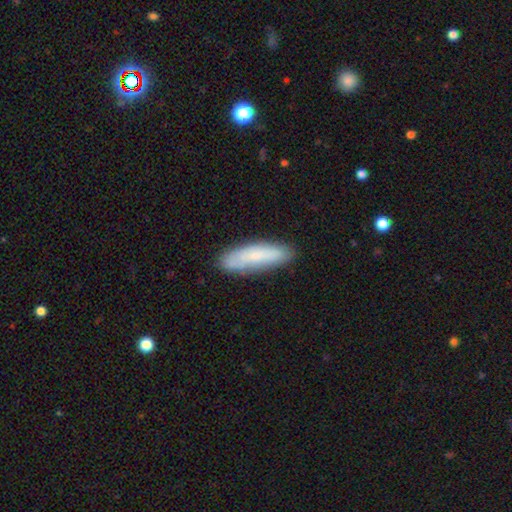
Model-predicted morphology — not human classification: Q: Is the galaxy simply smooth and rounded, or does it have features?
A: smooth — 70%.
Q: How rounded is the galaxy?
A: cigar-shaped — 60%.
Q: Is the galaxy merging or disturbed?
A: none — 81%.